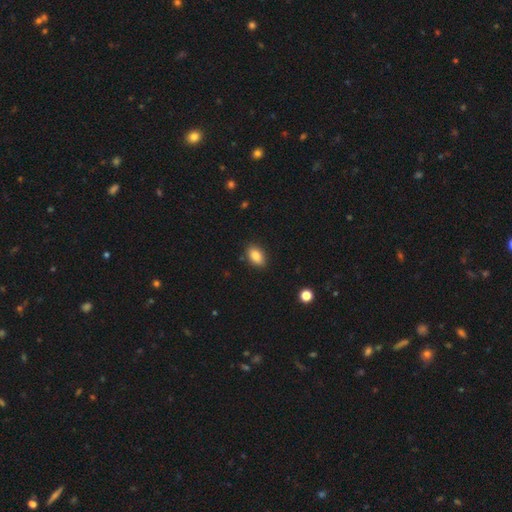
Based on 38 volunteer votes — A smooth galaxy with no disk features (95%) that is in between round and cigar-shaped (89%).

Vote fractions:
- Smooth or featured? smooth: 95% / featured or disk: 3% / star or artifact: 3%
- How rounded? in between: 89% / round: 8% / cigar-shaped: 3%
- Merging? none: 86% / minor disturbance: 11% / major disturbance: 3% / merger: 0%